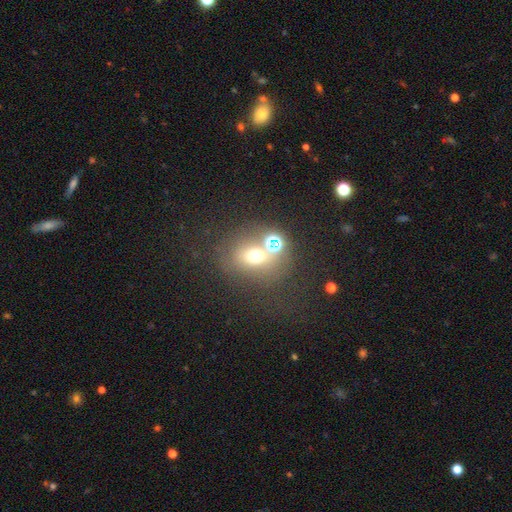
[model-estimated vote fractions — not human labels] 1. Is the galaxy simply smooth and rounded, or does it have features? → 59% smooth, 25% star or artifact, 16% featured or disk.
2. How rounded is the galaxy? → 62% round, 36% in between, 1% cigar-shaped.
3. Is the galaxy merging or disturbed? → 53% none, 26% merger, 12% minor disturbance, 9% major disturbance.